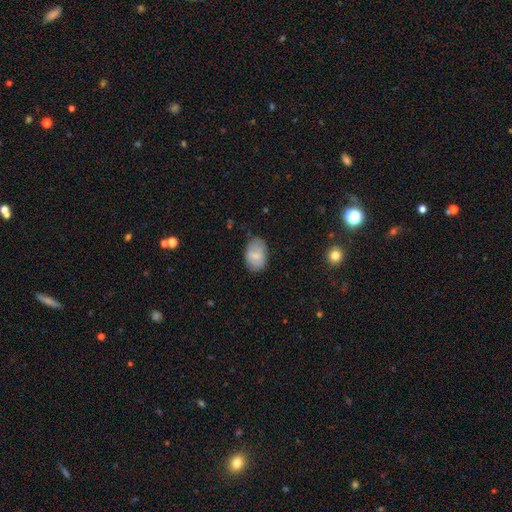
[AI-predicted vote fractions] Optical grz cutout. It shows a smooth galaxy with no disk features (73%) that is in between round and cigar-shaped (87%). Merging: none (74%).